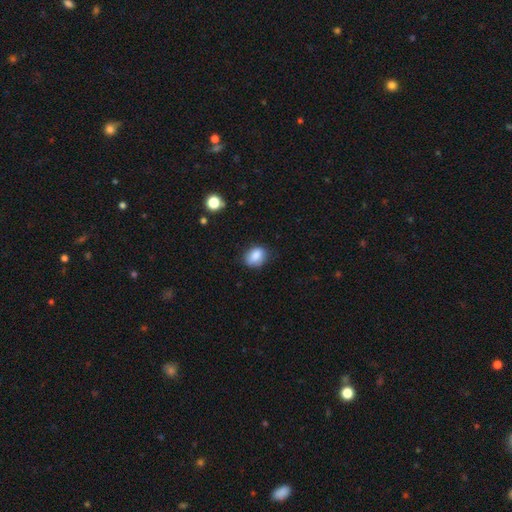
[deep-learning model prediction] smooth_or_featured: smooth (p=0.85) [alt: star or artifact p=0.09]
how_rounded: in between (p=0.66) [alt: round p=0.32]
merging: none (p=0.77) [alt: minor disturbance p=0.19]